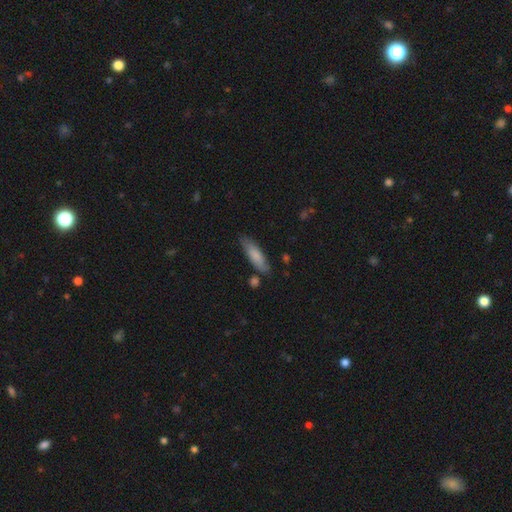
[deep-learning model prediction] A smooth galaxy with no disk features (79%) that is cigar-shaped (55%). Merging: none (75%).